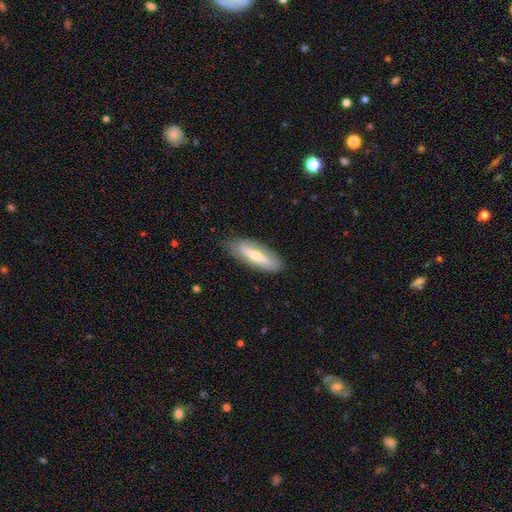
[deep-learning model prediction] Q: Smooth or featured?
A: featured or disk (49%); runner-up: smooth (45%)
Q: Merging?
A: none (83%); runner-up: minor disturbance (13%)